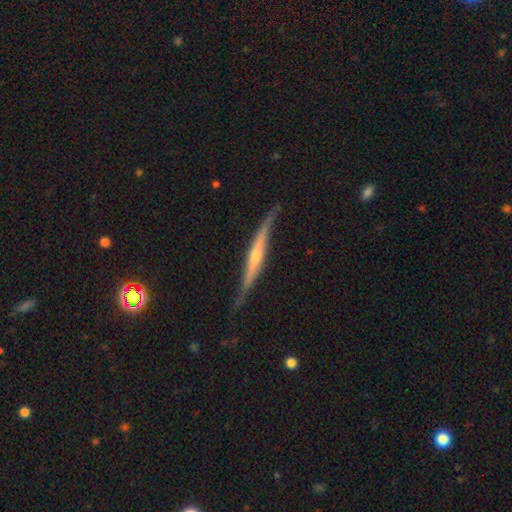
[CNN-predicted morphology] This appears to be a featured or disk galaxy (73%) viewed edge-on (95%) with a rounded central bulge (63%). Merging: none (75%).